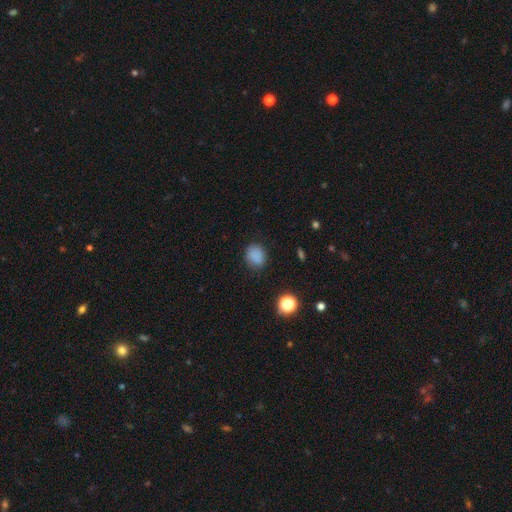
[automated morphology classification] smooth-or-featured: smooth: 83% | star or artifact: 12% | featured or disk: 5%
  how-rounded: round: 66% | in between: 33% | cigar-shaped: 1%
  merging: none: 79% | minor disturbance: 15% | major disturbance: 4% | merger: 1%